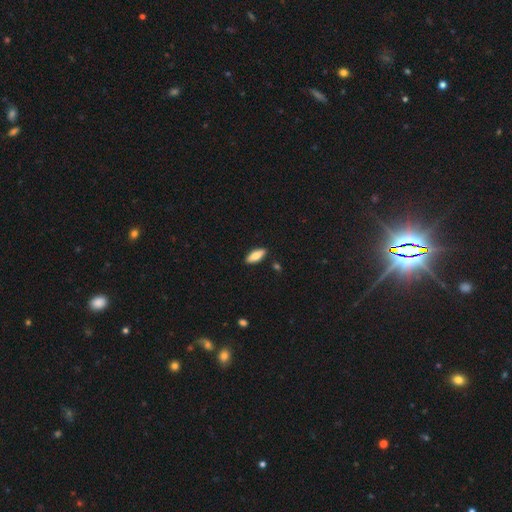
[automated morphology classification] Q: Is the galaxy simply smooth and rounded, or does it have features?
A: smooth — 78%.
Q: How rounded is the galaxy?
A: in between — 71%.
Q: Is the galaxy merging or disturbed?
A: none — 89%.